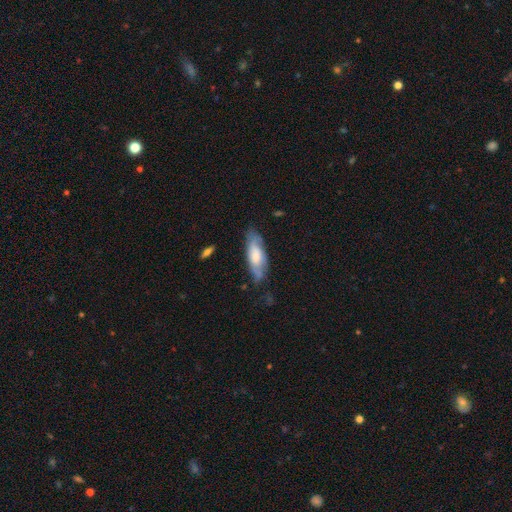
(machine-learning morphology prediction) A smooth galaxy with no disk features (53%) that is in between round and cigar-shaped (66%). Merging: none (66%).